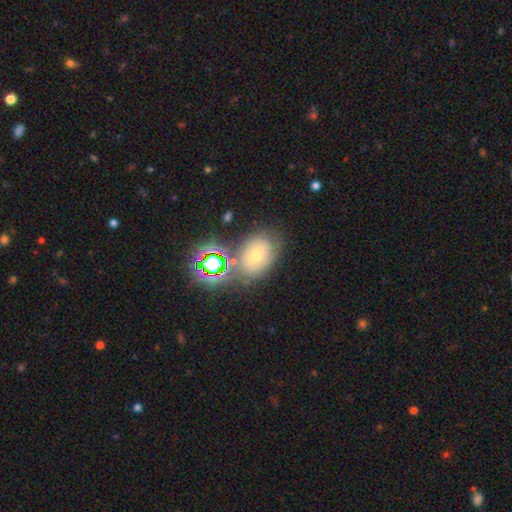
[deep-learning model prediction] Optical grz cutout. It shows a smooth galaxy with no disk features (49%). Merging: none (61%).